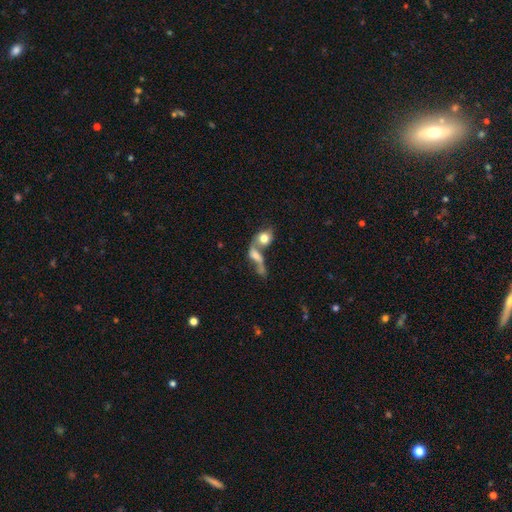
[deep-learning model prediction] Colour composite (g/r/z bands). It shows a smooth galaxy with no disk features (45%). Merging: merger (70%).